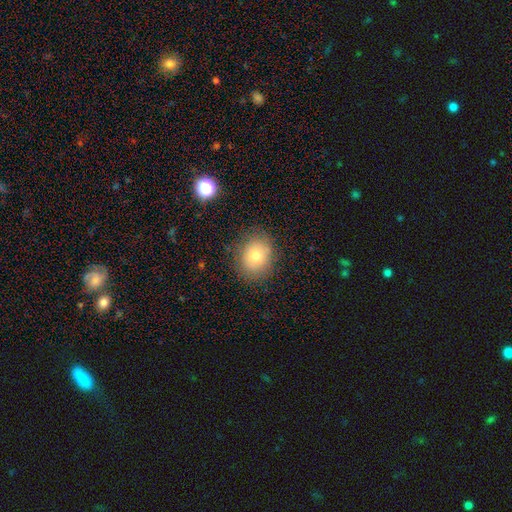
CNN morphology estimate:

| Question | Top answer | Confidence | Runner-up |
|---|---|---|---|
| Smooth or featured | smooth | 77% | featured or disk (12%) |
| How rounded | round | 57% | in between (42%) |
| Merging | none | 84% | minor disturbance (11%) |